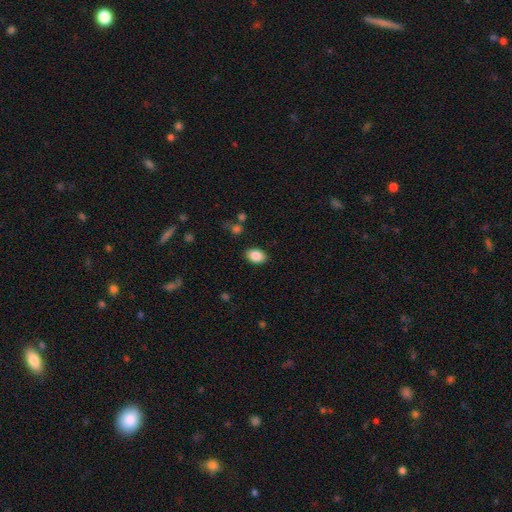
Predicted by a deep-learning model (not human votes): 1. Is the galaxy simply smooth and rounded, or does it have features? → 87% smooth, 8% star or artifact, 5% featured or disk.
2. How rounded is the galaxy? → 83% in between, 16% round, 1% cigar-shaped.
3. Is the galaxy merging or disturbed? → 87% none, 9% minor disturbance, 3% major disturbance, 2% merger.